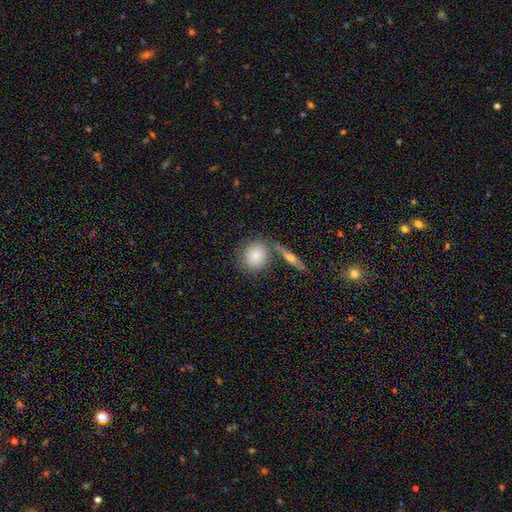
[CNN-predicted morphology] type=smooth (82%); roundness=round (77%); merging=none (64%).